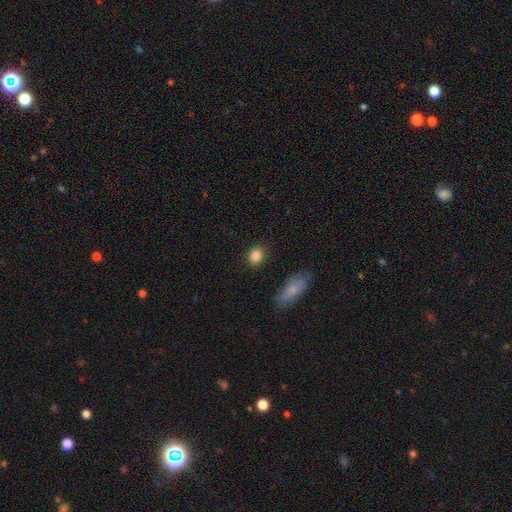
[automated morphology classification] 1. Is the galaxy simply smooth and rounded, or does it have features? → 86% smooth, 9% star or artifact, 5% featured or disk.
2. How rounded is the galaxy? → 56% round, 42% in between, 2% cigar-shaped.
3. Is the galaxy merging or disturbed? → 86% none, 9% minor disturbance, 2% major disturbance, 2% merger.